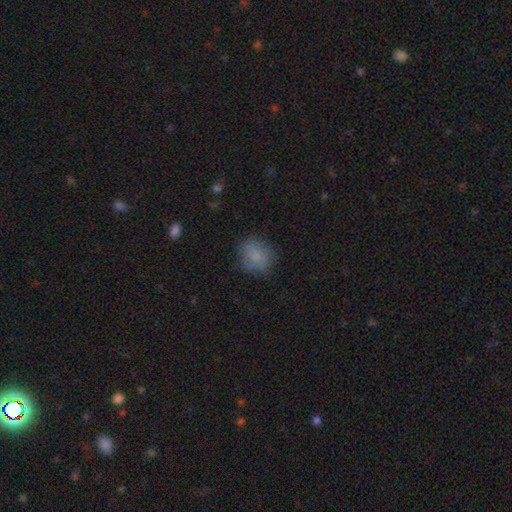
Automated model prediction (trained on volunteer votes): Smooth or featured: smooth — 79% (featured or disk — 11%)
How rounded: round — 67% (in between — 32%)
Merging: none — 72% (minor disturbance — 19%)